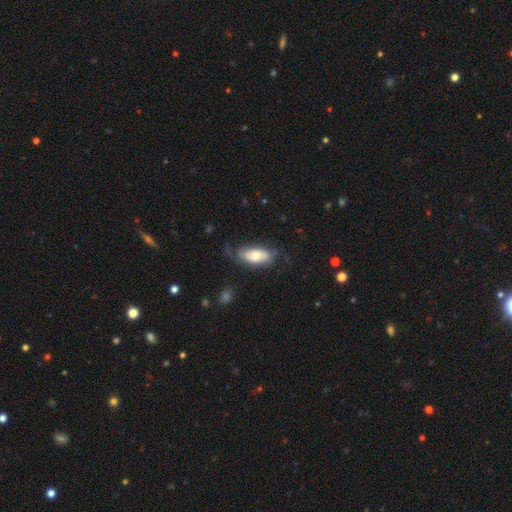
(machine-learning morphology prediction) This appears to be a smooth galaxy with no disk features (61%) that is in between round and cigar-shaped (88%). Merging: none (59%).